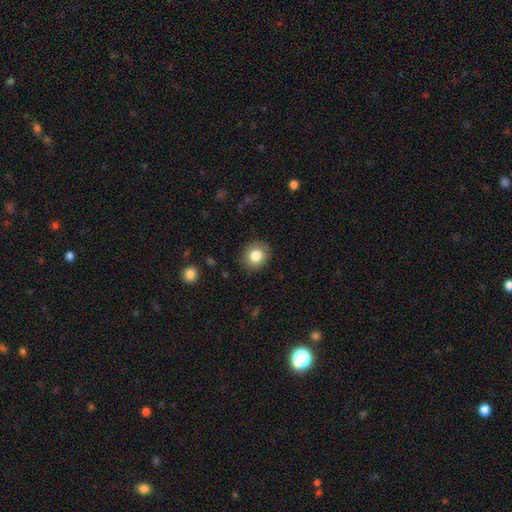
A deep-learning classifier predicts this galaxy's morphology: smooth 81%, featured or disk 10%, star or artifact 9%. Down the decision tree: how rounded — round (71%); merging — none (88%).